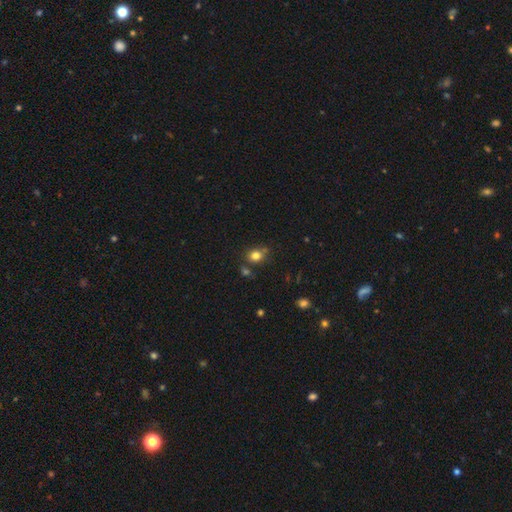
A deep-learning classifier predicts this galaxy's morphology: The model was most divided on "how rounded": round: 62%, in between: 36%, cigar-shaped: 1%. More confident: smooth or featured — smooth (80%); merging — none (69%).